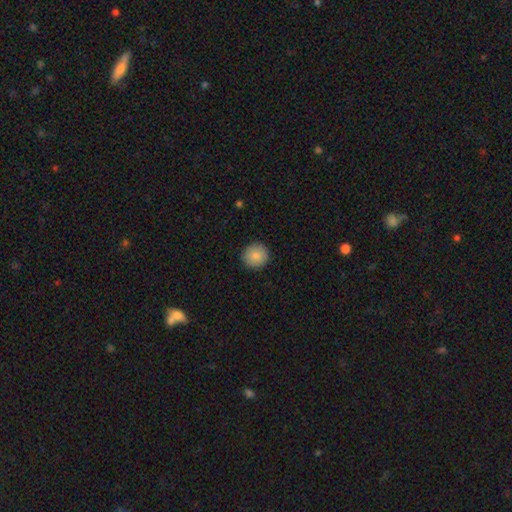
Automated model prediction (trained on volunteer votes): Morphology: type=smooth (87%); roundness=round (93%); merging=none (92%).